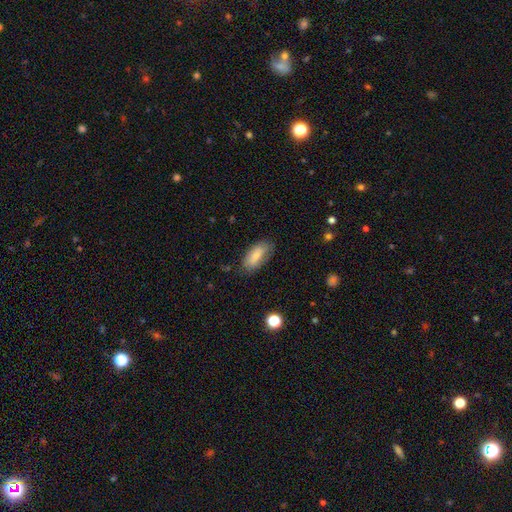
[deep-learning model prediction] smooth_or_featured: smooth (p=0.82) [alt: featured or disk p=0.11]
how_rounded: in between (p=0.87) [alt: cigar-shaped p=0.11]
merging: none (p=0.75) [alt: minor disturbance p=0.19]